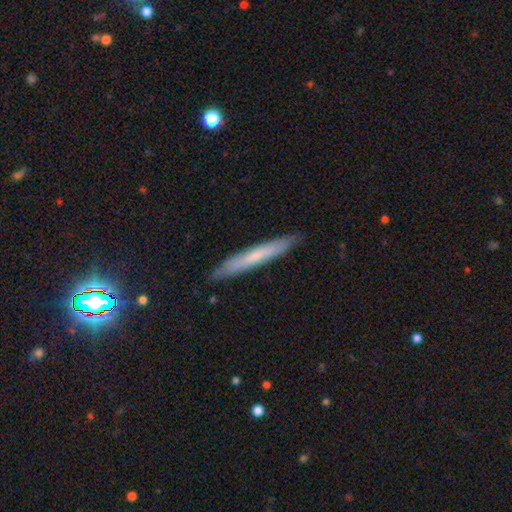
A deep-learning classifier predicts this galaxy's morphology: This appears to be a smooth galaxy with no disk features (59%) that is cigar-shaped (95%). Merging: none (88%).